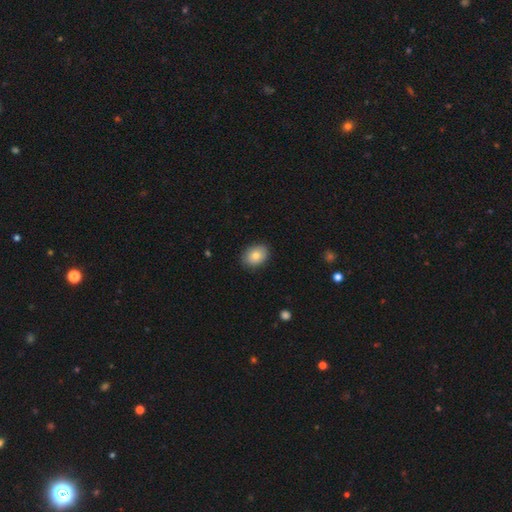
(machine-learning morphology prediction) type=smooth (82%); roundness=in between (69%); merging=none (87%).